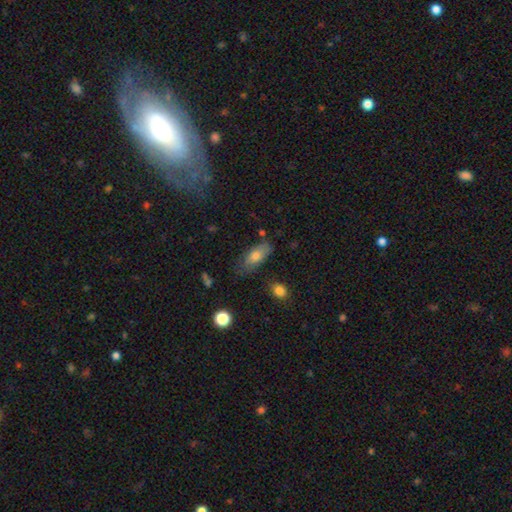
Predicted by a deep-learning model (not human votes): A smooth galaxy with no disk features (71%) that is in between round and cigar-shaped (82%). Merging: none (67%).